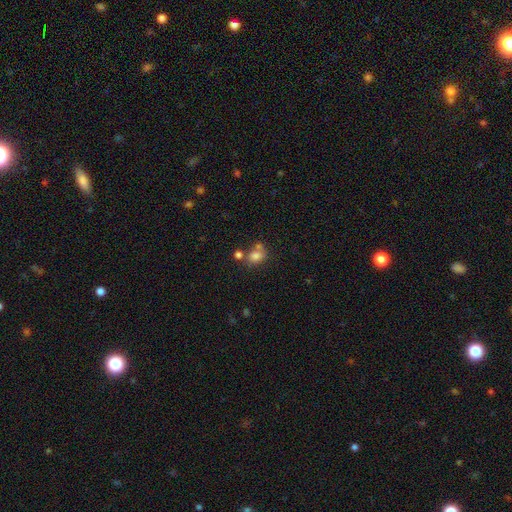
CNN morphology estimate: Smooth or featured? smooth (77%)
How rounded? in between (53%)
Merging? none (49%)